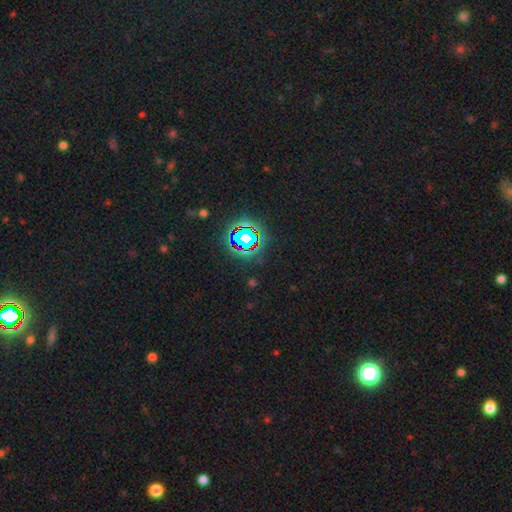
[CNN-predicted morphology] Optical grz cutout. It shows a star or artifact, not a galaxy (80%).